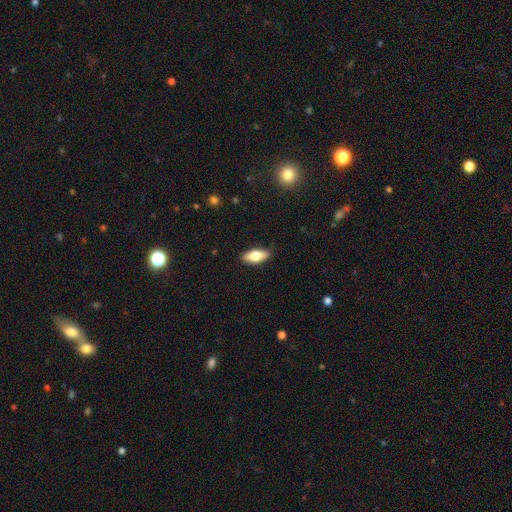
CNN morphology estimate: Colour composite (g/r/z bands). It shows a smooth galaxy with no disk features (68%) that is in between round and cigar-shaped (80%). Merging: none (87%).